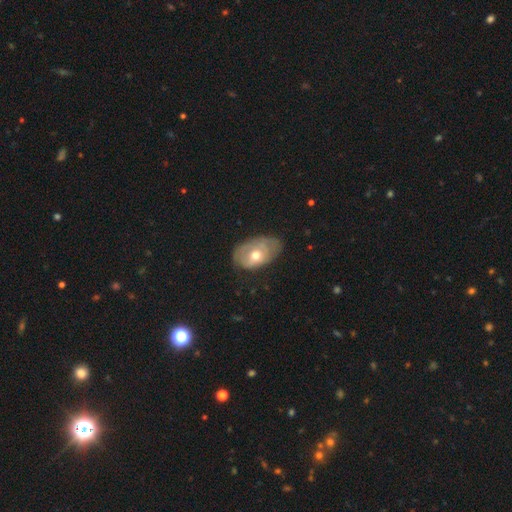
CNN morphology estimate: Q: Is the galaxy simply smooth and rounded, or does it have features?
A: featured or disk — 48%.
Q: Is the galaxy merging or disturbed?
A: none — 53%.